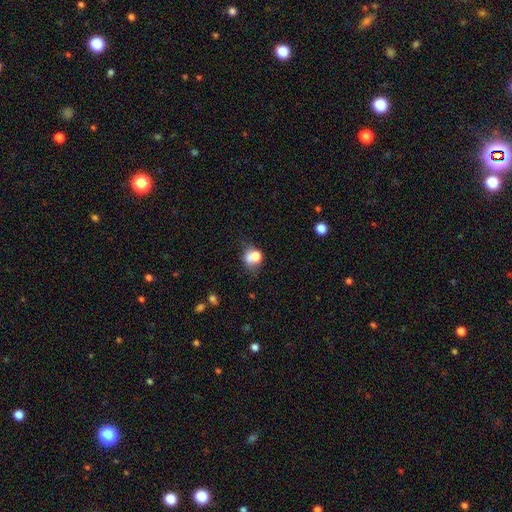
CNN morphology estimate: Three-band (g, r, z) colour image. It shows a smooth galaxy with no disk features (72%) that is round (61%). Merging: none (35%).